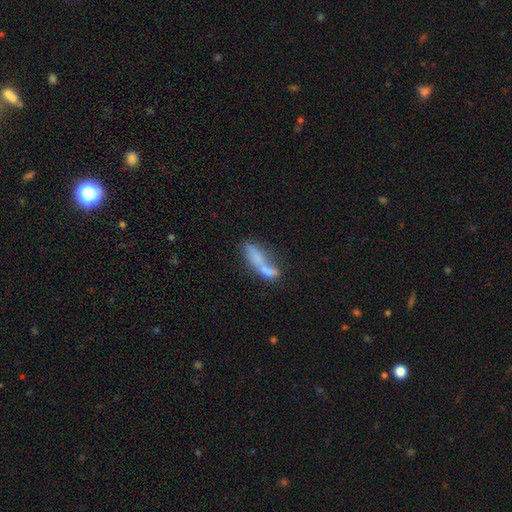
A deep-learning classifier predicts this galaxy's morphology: A smooth galaxy with no disk features (66%) that is cigar-shaped (53%). Merging: merger (42%).